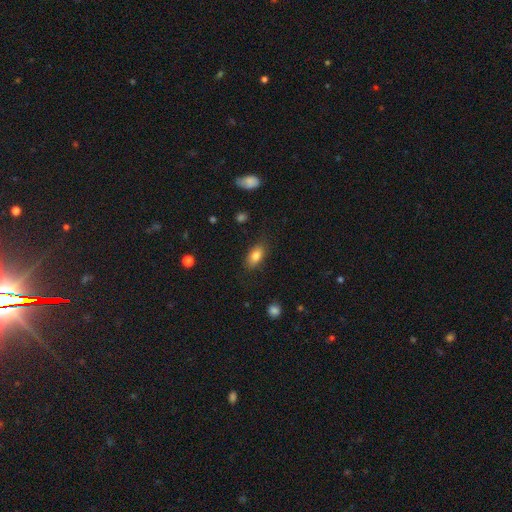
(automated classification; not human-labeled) smooth-or-featured: smooth: 81% | featured or disk: 11% | star or artifact: 8%
  how-rounded: in between: 87% | round: 7% | cigar-shaped: 5%
  merging: none: 83% | minor disturbance: 13% | major disturbance: 3% | merger: 1%